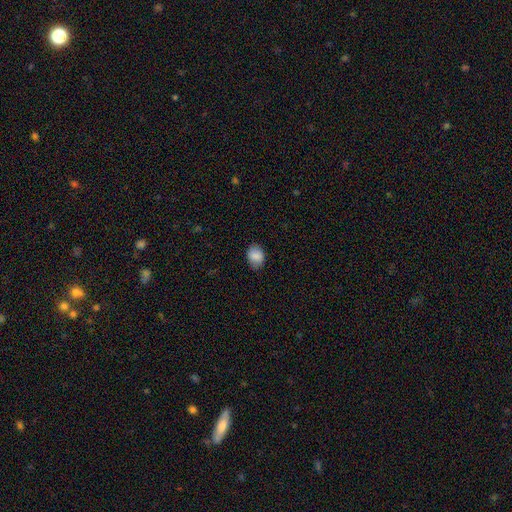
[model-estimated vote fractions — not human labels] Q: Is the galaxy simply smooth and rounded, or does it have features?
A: smooth — 86%.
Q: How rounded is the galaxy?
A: in between — 65%.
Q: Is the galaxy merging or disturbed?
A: none — 78%.